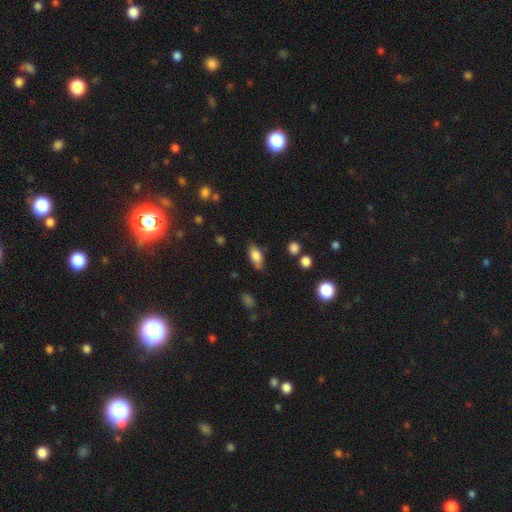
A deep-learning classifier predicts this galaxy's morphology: A smooth galaxy with no disk features (79%) that is in between round and cigar-shaped (84%).

Vote fractions:
- Smooth or featured? smooth: 79% / featured or disk: 13% / star or artifact: 8%
- How rounded? in between: 84% / cigar-shaped: 12% / round: 3%
- Merging? none: 78% / minor disturbance: 16% / major disturbance: 4% / merger: 2%